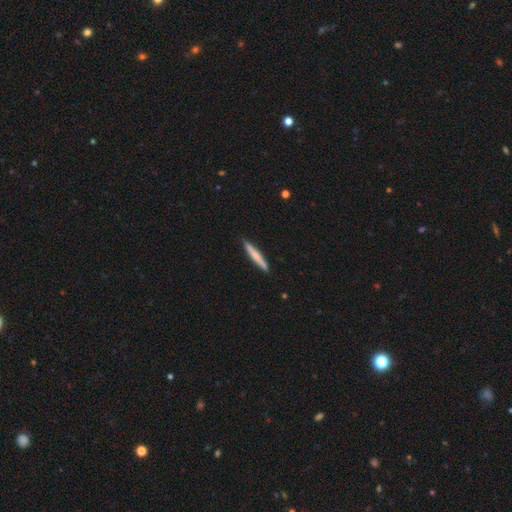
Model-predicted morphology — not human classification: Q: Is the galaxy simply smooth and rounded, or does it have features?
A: smooth — 59%.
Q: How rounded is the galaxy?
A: cigar-shaped — 95%.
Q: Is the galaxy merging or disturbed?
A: none — 91%.